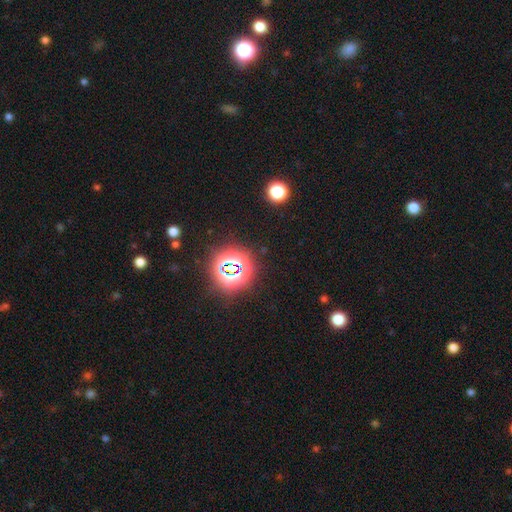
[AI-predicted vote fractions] The model was most divided on "smooth or featured": star or artifact: 81%, smooth: 13%, featured or disk: 6%.